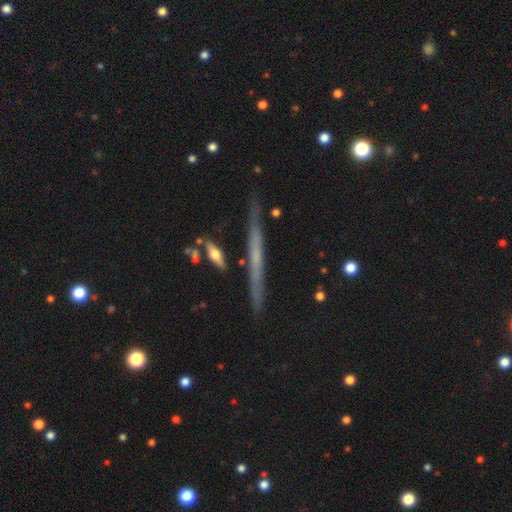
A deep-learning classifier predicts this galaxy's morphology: This appears to be a featured or disk galaxy (59%) viewed edge-on (96%) with no central bulge (80%). Merging: none (85%).